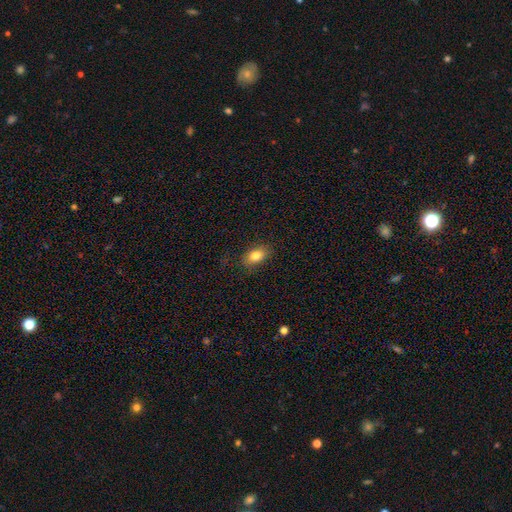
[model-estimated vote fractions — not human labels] Overall: smooth (83%). How rounded: in between (87%). Merging: none (84%).